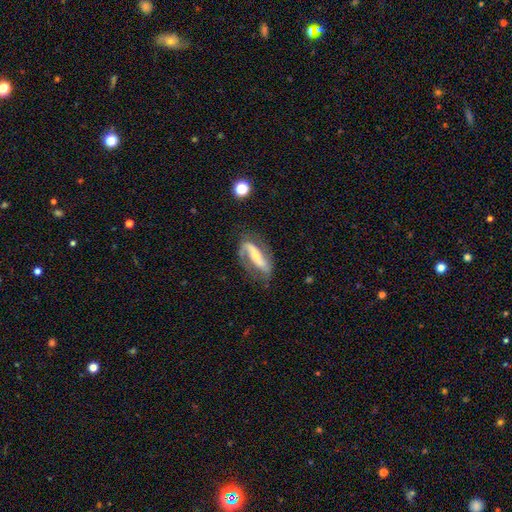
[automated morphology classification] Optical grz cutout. It shows a featured or disk galaxy (80%) with a strong bar (48%), 2 (82%) loose (50%) spiral arms (91%) and a small central bulge (53%). Merging: none (64%).